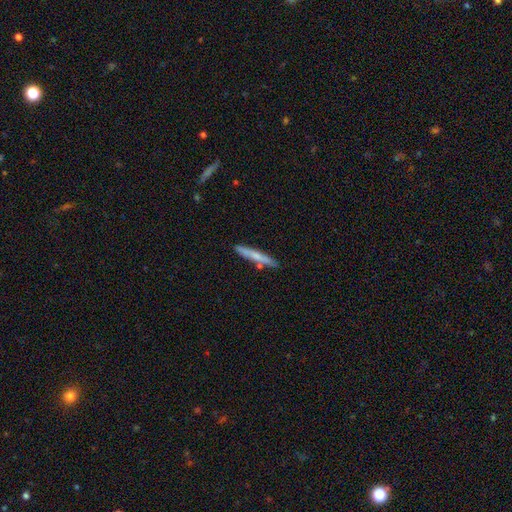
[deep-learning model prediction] Overall: smooth (56%; featured or disk 38%). How rounded: cigar-shaped (94%). Merging: none (82%).